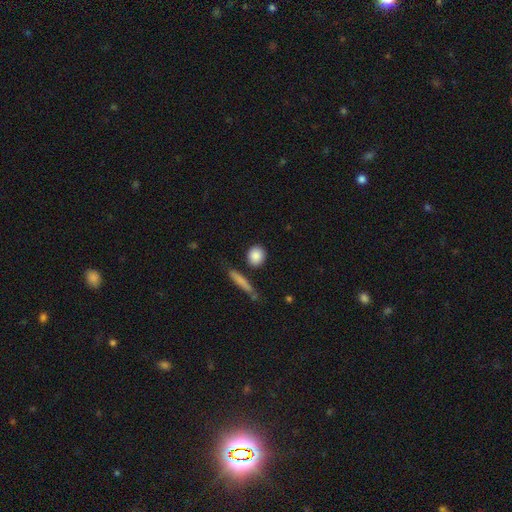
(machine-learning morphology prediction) Smooth or featured? Predicted: smooth (p=0.87). How rounded? Predicted: round (p=0.75). Merging? Predicted: none (p=0.82).